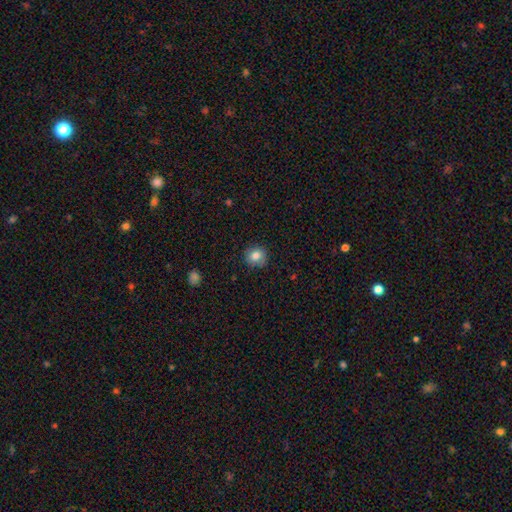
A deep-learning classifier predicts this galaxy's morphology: Smooth or featured: smooth — 83% (star or artifact — 10%)
How rounded: round — 87% (in between — 12%)
Merging: none — 85% (minor disturbance — 11%)